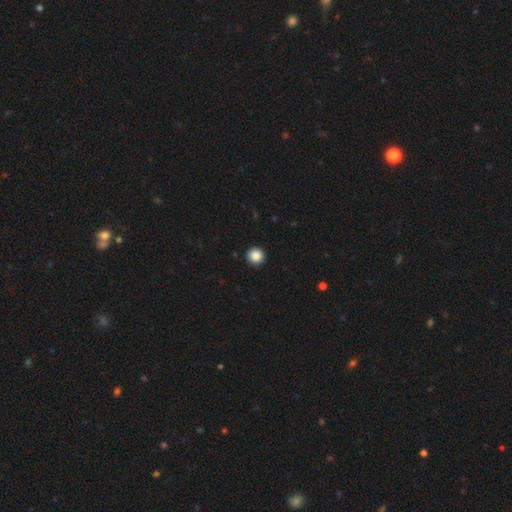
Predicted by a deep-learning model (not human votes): smooth_or_featured: smooth (p=0.88) [alt: star or artifact p=0.09]
how_rounded: round (p=0.95) [alt: in between p=0.04]
merging: none (p=0.93) [alt: minor disturbance p=0.04]